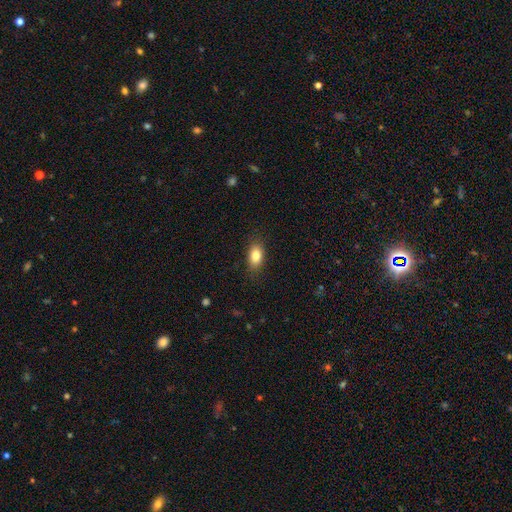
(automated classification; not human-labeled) Smooth or featured: smooth — 83% (featured or disk — 9%)
How rounded: in between — 87% (round — 10%)
Merging: none — 84% (minor disturbance — 12%)